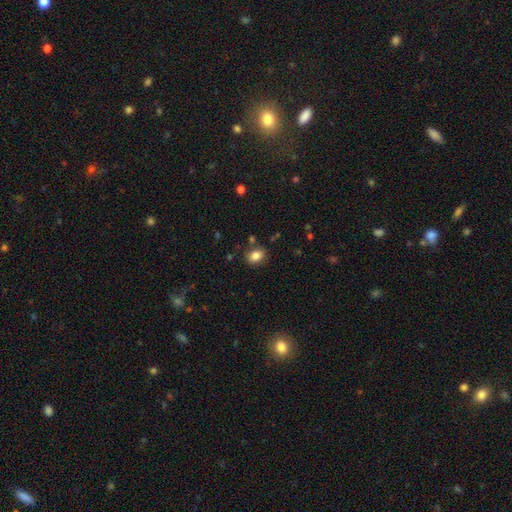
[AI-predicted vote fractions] A smooth galaxy with no disk features (83%) that is in between round and cigar-shaped (62%).

Vote fractions:
- Smooth or featured? smooth: 83% / star or artifact: 10% / featured or disk: 7%
- How rounded? in between: 62% / round: 37% / cigar-shaped: 1%
- Merging? none: 82% / minor disturbance: 11% / merger: 4% / major disturbance: 3%